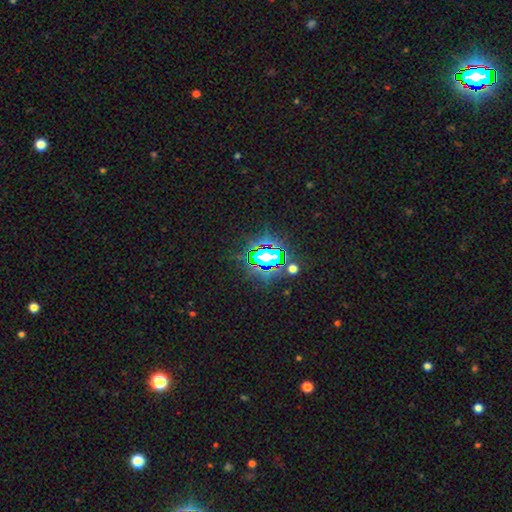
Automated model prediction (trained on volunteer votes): Overall: star or artifact (83%).